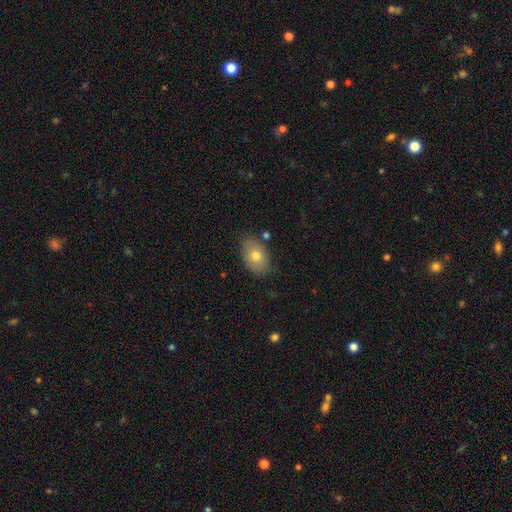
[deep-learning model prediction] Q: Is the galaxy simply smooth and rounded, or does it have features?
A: smooth — 73%.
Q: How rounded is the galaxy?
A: in between — 87%.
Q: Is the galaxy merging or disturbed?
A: none — 77%.